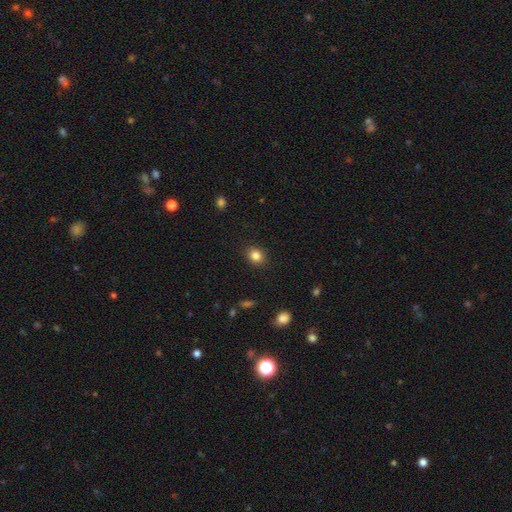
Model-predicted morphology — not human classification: Smooth or featured? smooth (84%)
How rounded? round (58%)
Merging? none (88%)